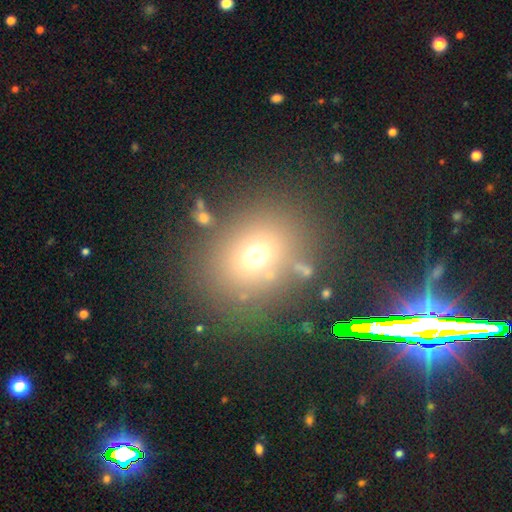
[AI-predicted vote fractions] Morphology: type=smooth (65%); roundness=round (60%); merging=none (79%).